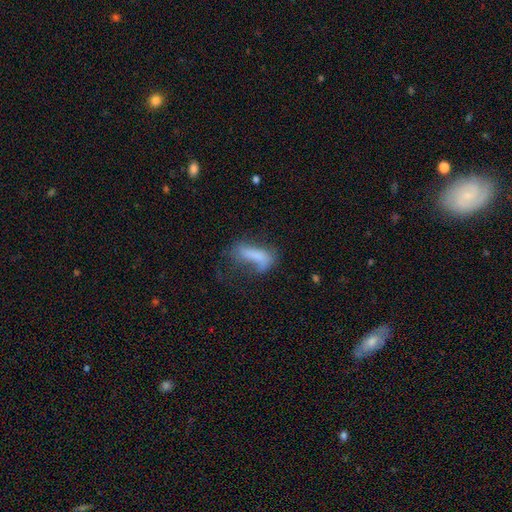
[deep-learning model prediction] A smooth galaxy with no disk features (61%) that is in between round and cigar-shaped (56%). Merging: major disturbance (40%).